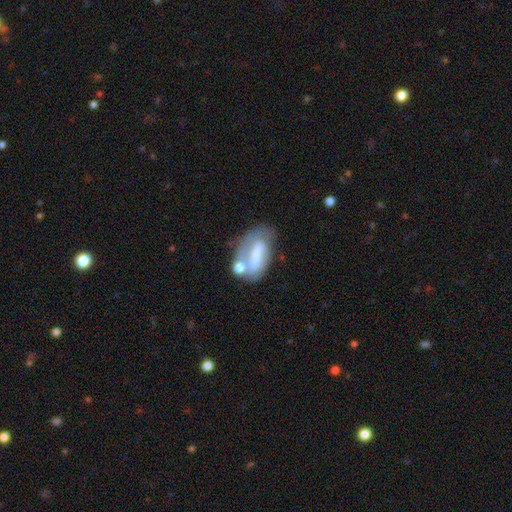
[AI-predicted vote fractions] Smooth or featured: featured or disk — 47% (smooth — 45%)
Merging: none — 42% (minor disturbance — 24%)